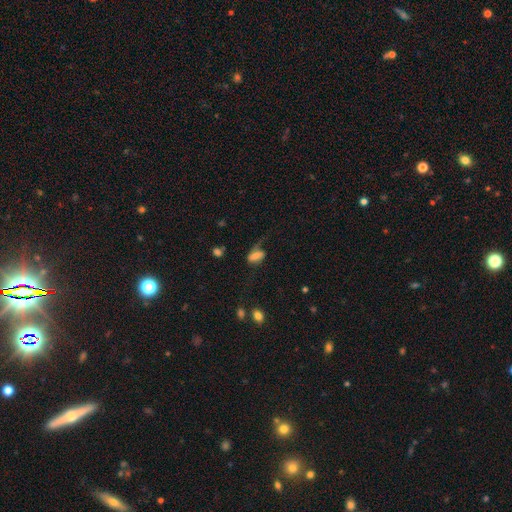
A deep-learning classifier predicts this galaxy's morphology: Overall: smooth (57%; featured or disk 33%). How rounded: in between (84%). Merging: none (38%; major disturbance 34%).